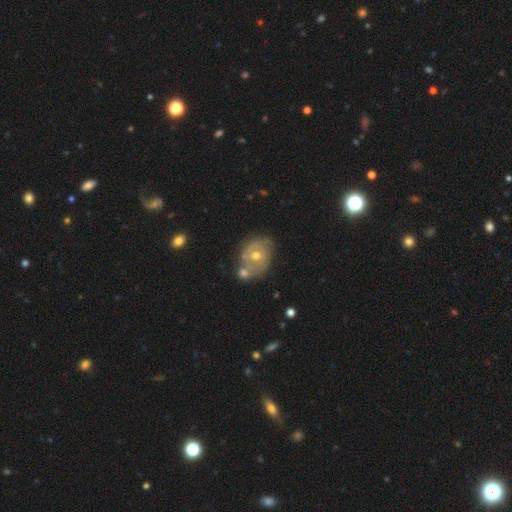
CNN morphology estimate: Smooth or featured: featured or disk — 62% (smooth — 27%)
Edge-on disk: no — 95% (yes — 5%)
Bar: no — 79% (weak — 17%)
Spiral arms: yes — 60% (no — 40%)
Bulge size: moderate — 63% (small — 33%)
Merging: none — 56% (merger — 21%)